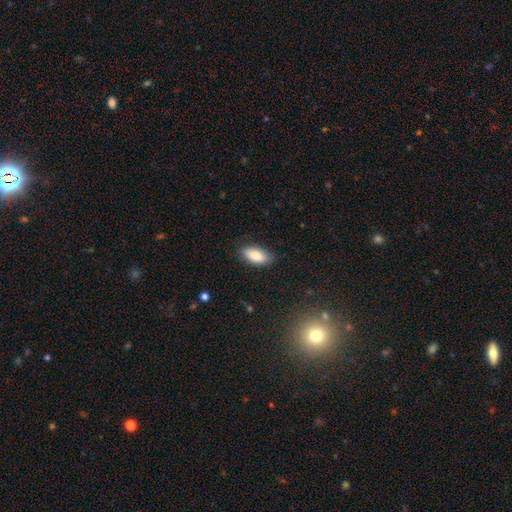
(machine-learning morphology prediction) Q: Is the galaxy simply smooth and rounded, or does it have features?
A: smooth — 86%.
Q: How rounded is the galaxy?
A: in between — 90%.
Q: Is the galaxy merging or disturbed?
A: none — 84%.